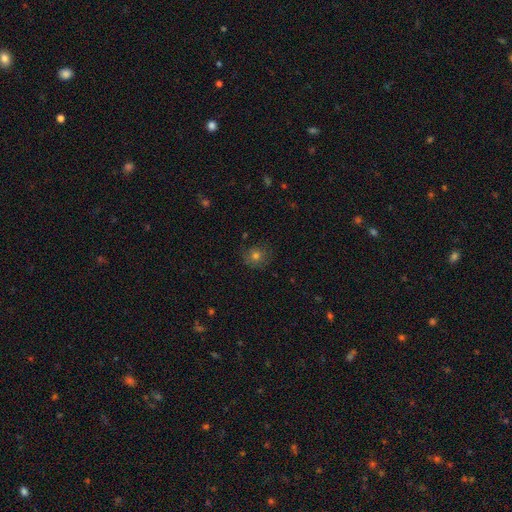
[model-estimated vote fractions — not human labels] Smooth or featured? smooth (69%)
How rounded? round (85%)
Merging? none (79%)